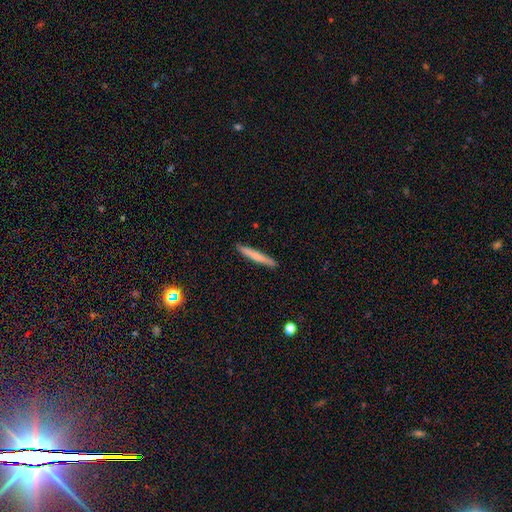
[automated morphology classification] This appears to be a smooth galaxy with no disk features (65%) that is cigar-shaped (96%). Merging: none (90%).